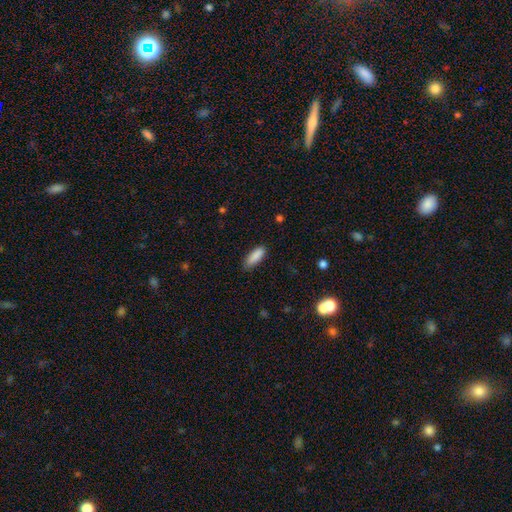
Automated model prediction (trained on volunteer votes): Smooth or featured? Predicted: smooth (p=0.89). How rounded? Predicted: in between (p=0.63). Merging? Predicted: none (p=0.82).